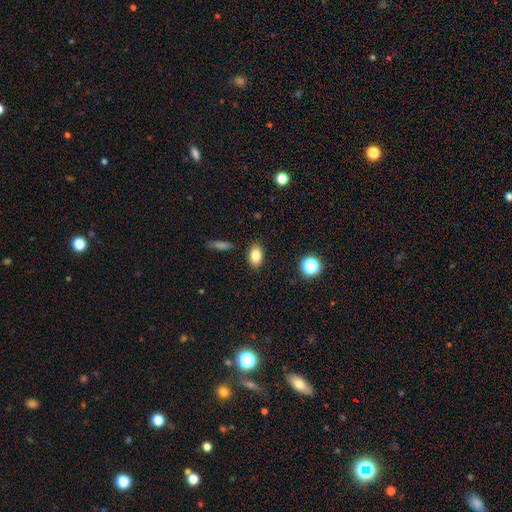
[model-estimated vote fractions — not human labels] smooth-or-featured: smooth: 81% | star or artifact: 10% | featured or disk: 9%
  how-rounded: in between: 83% | round: 15% | cigar-shaped: 2%
  merging: none: 87% | minor disturbance: 9% | major disturbance: 2% | merger: 2%